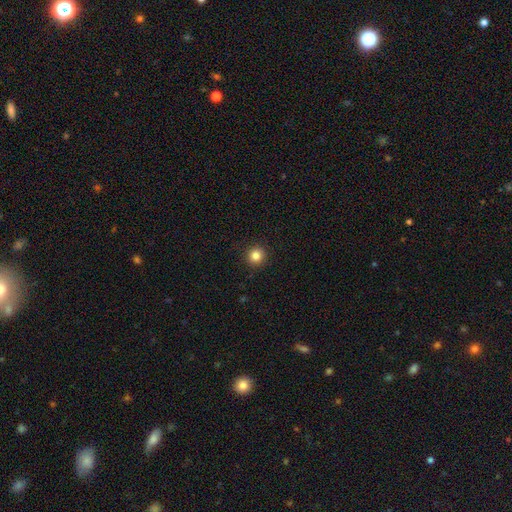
Overall: smooth (83%). How rounded: round (97%). Merging: none (91%).